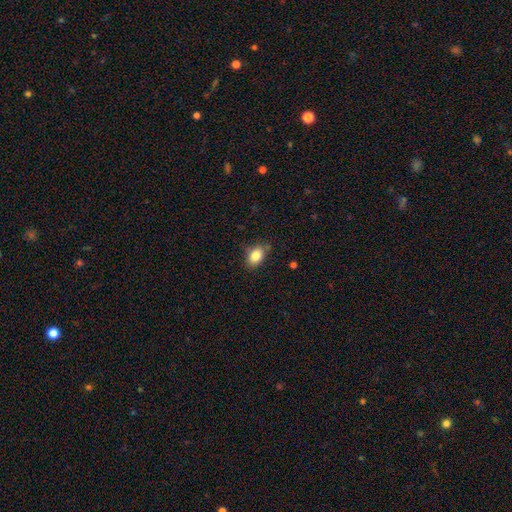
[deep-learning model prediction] This is clearly a smooth galaxy (84%). How rounded: likely in between (78%). Merging: likely none (75%).